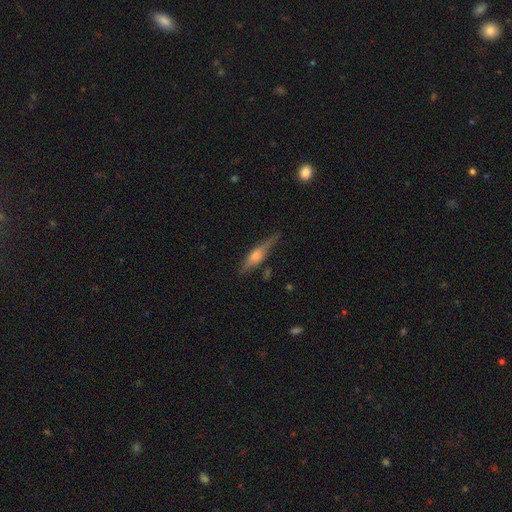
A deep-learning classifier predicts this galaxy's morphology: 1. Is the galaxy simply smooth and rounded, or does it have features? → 61% featured or disk, 32% smooth, 7% star or artifact.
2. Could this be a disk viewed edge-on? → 94% yes, 6% no.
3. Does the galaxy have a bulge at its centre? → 81% rounded, 14% boxy, 6% none.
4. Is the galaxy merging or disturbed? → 72% none, 20% minor disturbance, 5% major disturbance, 3% merger.